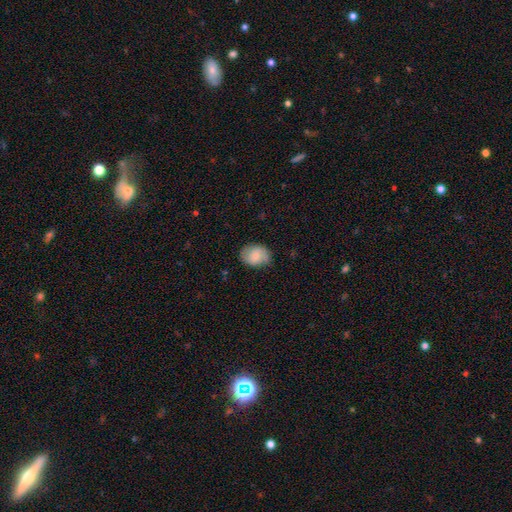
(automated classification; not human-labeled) This appears to be a smooth galaxy with no disk features (72%) that is in between round and cigar-shaped (63%). Merging: none (73%).